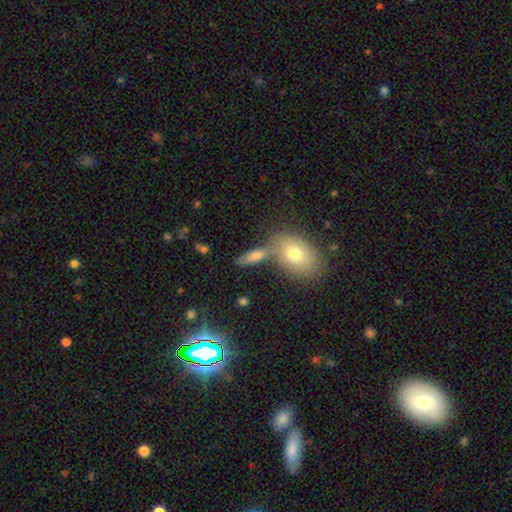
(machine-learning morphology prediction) Smooth or featured? Predicted: smooth (p=0.71). How rounded? Predicted: in between (p=0.68). Merging? Predicted: none (p=0.52).